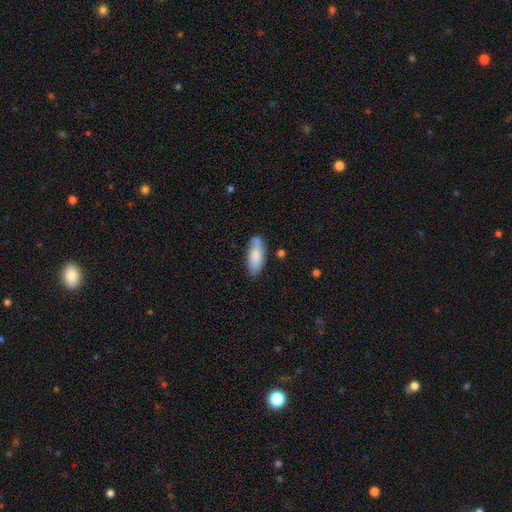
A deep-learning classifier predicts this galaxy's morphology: The model was most divided on "merging": none: 66%, minor disturbance: 23%, merger: 6%, major disturbance: 5%. More confident: smooth or featured — smooth (80%); how rounded — in between (77%).